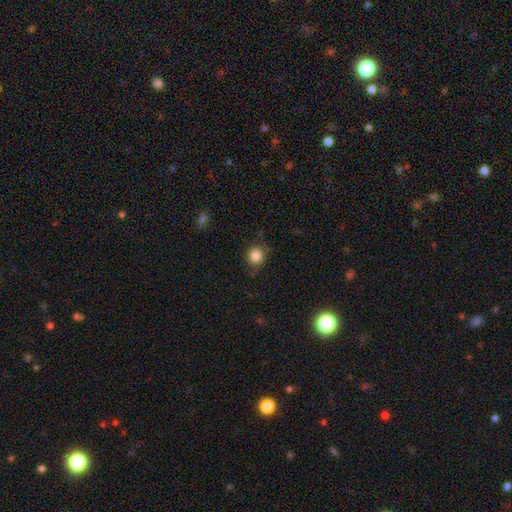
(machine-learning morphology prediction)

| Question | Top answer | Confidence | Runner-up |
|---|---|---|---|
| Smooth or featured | smooth | 85% | star or artifact (10%) |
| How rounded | round | 89% | in between (10%) |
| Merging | none | 82% | minor disturbance (13%) |